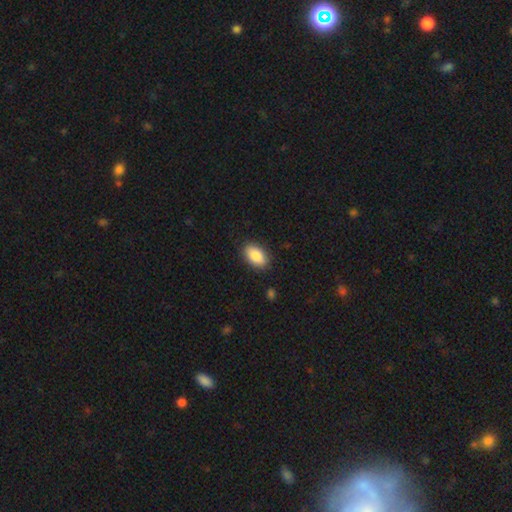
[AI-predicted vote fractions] Smooth or featured: smooth — 87% (star or artifact — 7%)
How rounded: in between — 92% (round — 6%)
Merging: none — 88% (minor disturbance — 9%)